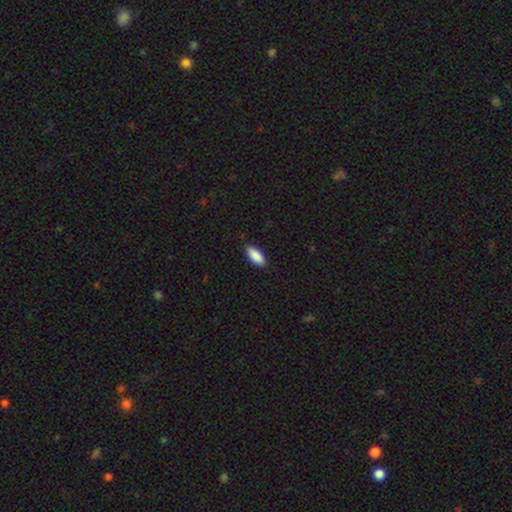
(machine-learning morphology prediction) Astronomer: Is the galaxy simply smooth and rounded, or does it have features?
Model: smooth — 90%.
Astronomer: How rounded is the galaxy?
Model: in between — 84%.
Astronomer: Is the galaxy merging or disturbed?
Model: none — 87%.